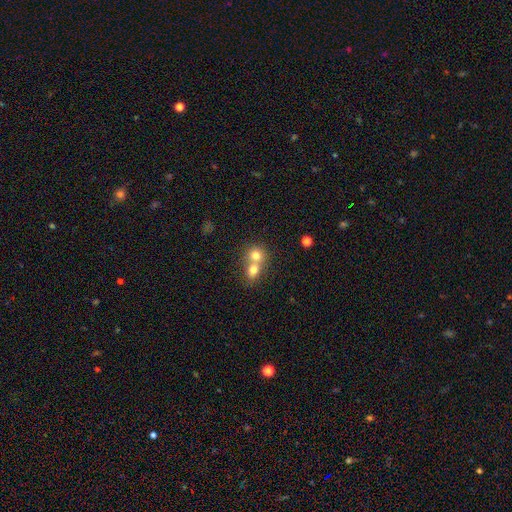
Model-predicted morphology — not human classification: type=smooth (74%); roundness=round (74%); merging=merger (67%).